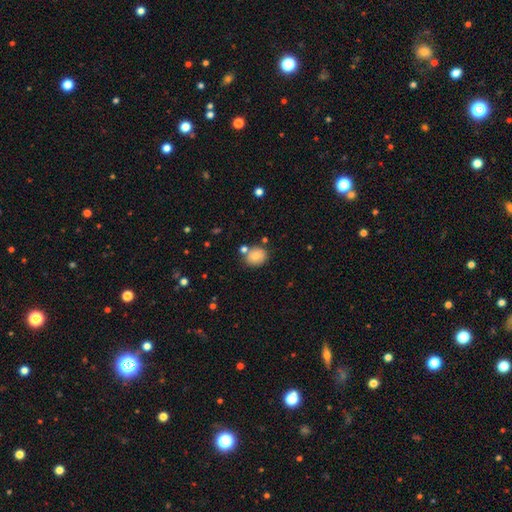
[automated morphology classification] Smooth or featured?
  - smooth: 81% *
  - featured or disk: 10%
  - star or artifact: 10%
How rounded?
  - round: 72% *
  - in between: 27%
  - cigar-shaped: 1%
Merging?
  - none: 72% *
  - minor disturbance: 13%
  - merger: 12%
  - major disturbance: 3%